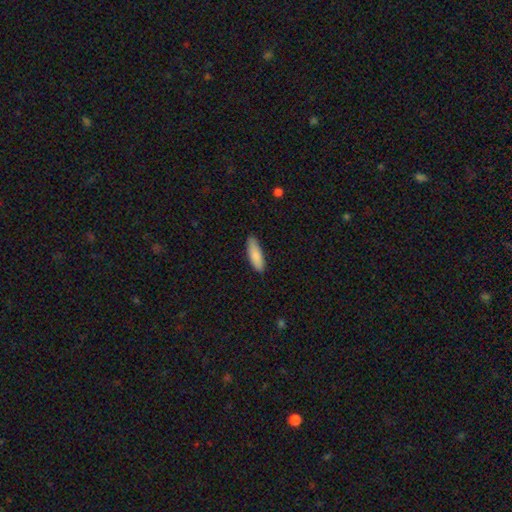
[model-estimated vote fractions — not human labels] Smooth or featured? Predicted: smooth (p=0.86). How rounded? Predicted: cigar-shaped (p=0.49, tied with in between). Merging? Predicted: none (p=0.86).